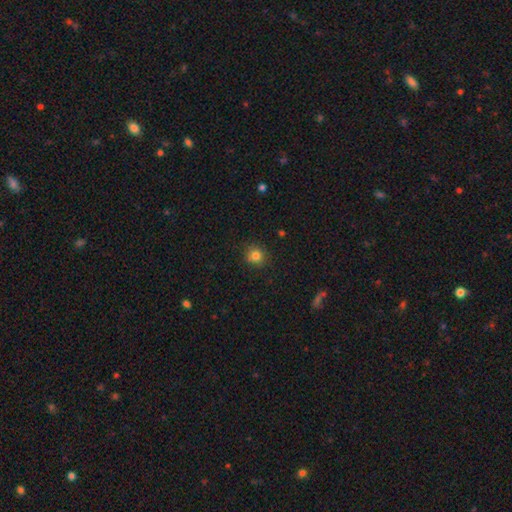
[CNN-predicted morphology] This is clearly a smooth galaxy (81%). How rounded: clearly round (89%). Merging: clearly none (89%).